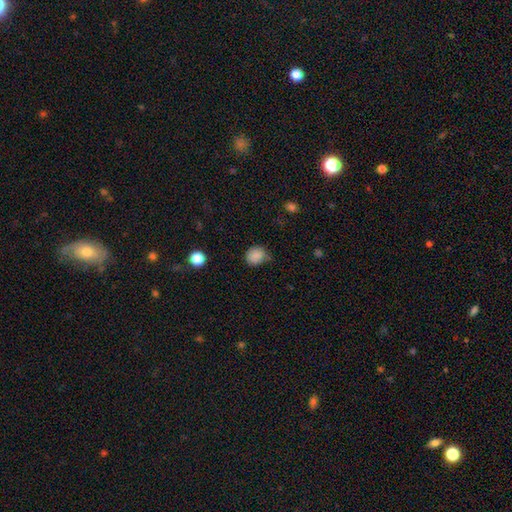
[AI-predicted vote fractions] smooth-or-featured: smooth: 85% | star or artifact: 10% | featured or disk: 5%
  how-rounded: round: 68% | in between: 31% | cigar-shaped: 1%
  merging: none: 59% | minor disturbance: 31% | major disturbance: 6% | merger: 3%